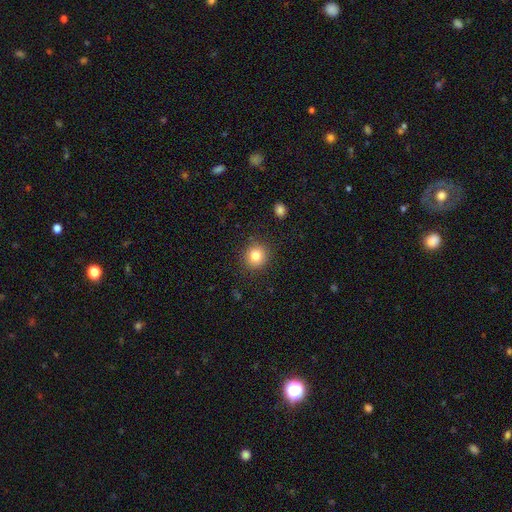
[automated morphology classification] smooth_or_featured: smooth (p=0.82) [alt: star or artifact p=0.11]
how_rounded: round (p=0.88) [alt: in between p=0.11]
merging: none (p=0.89) [alt: minor disturbance p=0.07]